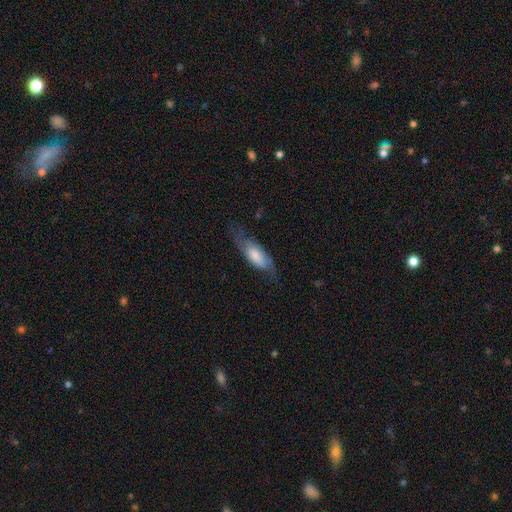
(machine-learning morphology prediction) type=smooth (53%); roundness=in between (72%); merging=none (61%).